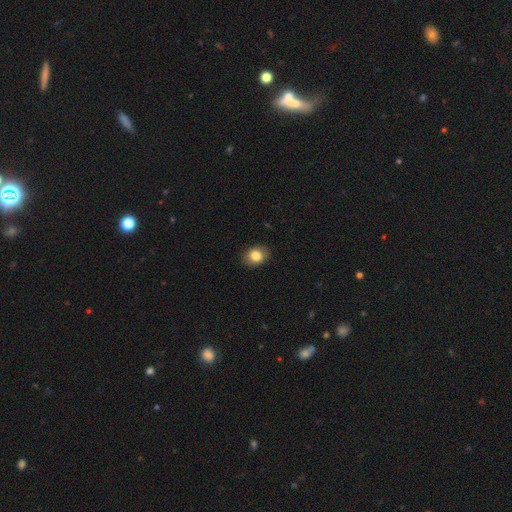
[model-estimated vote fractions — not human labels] smooth_or_featured: smooth (p=0.83) [alt: featured or disk p=0.09]
how_rounded: in between (p=0.59) [alt: round p=0.40]
merging: none (p=0.88) [alt: minor disturbance p=0.09]